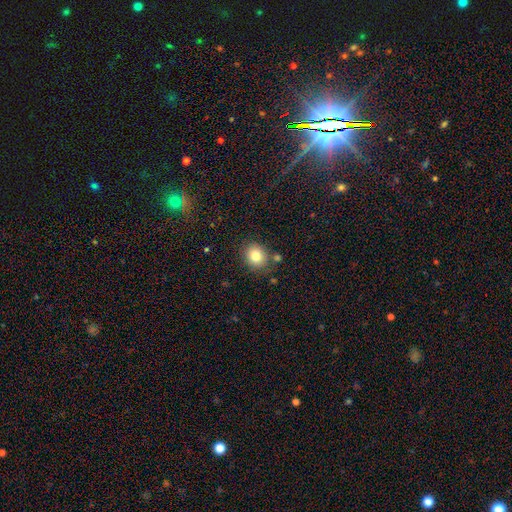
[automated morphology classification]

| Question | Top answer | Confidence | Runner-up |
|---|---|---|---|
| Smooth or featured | smooth | 82% | star or artifact (10%) |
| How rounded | round | 62% | in between (37%) |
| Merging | none | 79% | minor disturbance (12%) |